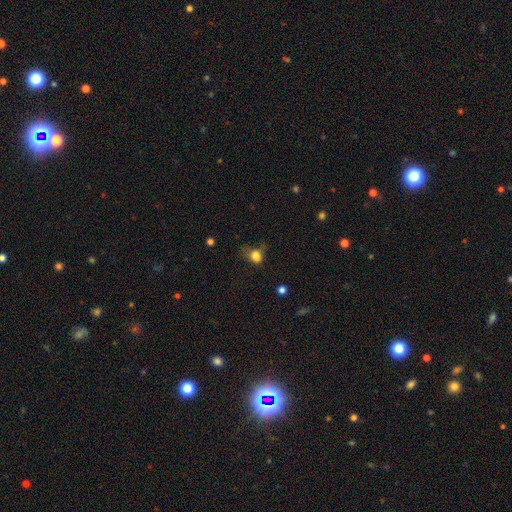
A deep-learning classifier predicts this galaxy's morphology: type=smooth (76%); roundness=in between (62%); merging=major disturbance (37%).